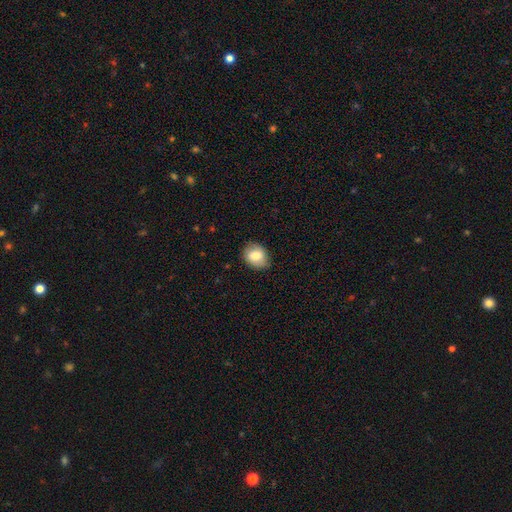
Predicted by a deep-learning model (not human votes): This appears to be a smooth galaxy with no disk features (78%) that is in between round and cigar-shaped (53%). Merging: none (82%).